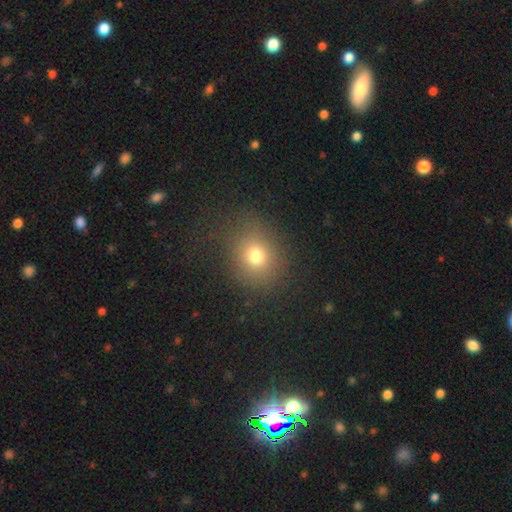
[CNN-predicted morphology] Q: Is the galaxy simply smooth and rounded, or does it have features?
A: smooth — 73%.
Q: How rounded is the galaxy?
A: round — 68%.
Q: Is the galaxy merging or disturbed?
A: none — 81%.